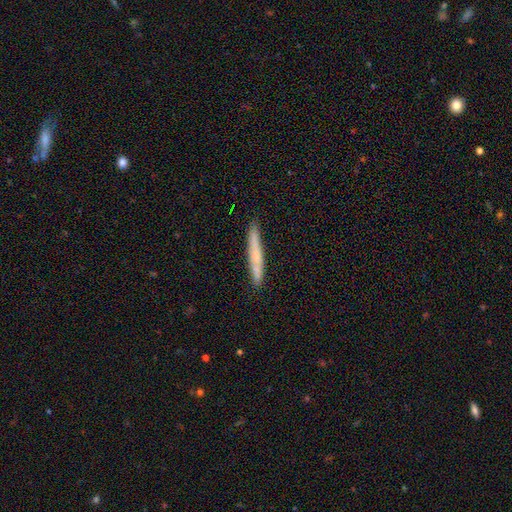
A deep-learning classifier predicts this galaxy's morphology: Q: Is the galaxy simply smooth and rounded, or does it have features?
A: smooth — 53%.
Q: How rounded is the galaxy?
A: cigar-shaped — 95%.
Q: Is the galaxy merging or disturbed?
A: none — 87%.